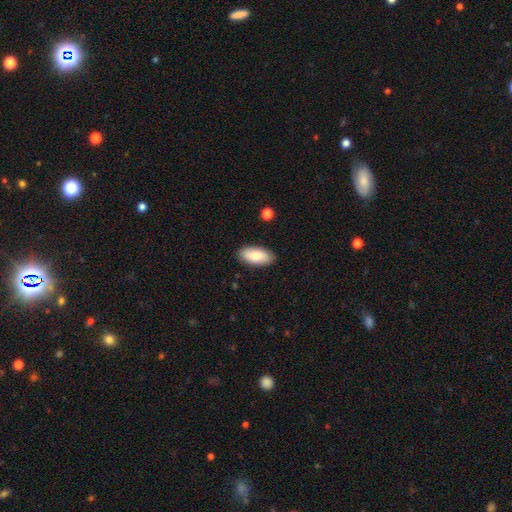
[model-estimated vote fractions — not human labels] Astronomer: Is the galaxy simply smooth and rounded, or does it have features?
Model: smooth — 82%.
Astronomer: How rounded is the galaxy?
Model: in between — 92%.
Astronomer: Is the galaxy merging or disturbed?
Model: none — 88%.